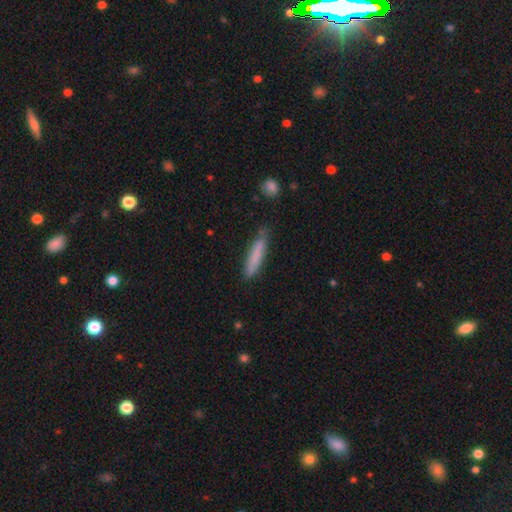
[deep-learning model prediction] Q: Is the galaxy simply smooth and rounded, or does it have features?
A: smooth — 78%.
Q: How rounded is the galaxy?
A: cigar-shaped — 89%.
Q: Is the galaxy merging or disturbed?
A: none — 75%.